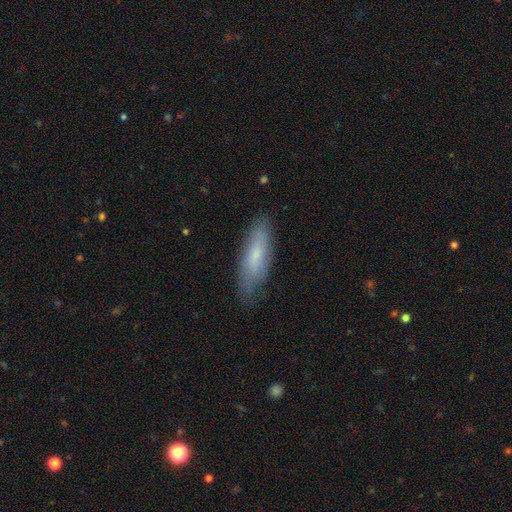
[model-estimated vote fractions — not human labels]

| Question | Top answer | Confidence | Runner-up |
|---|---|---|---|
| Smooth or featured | smooth | 67% | featured or disk (26%) |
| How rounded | in between | 49% | tied: cigar-shaped (49%) |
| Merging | none | 76% | minor disturbance (19%) |